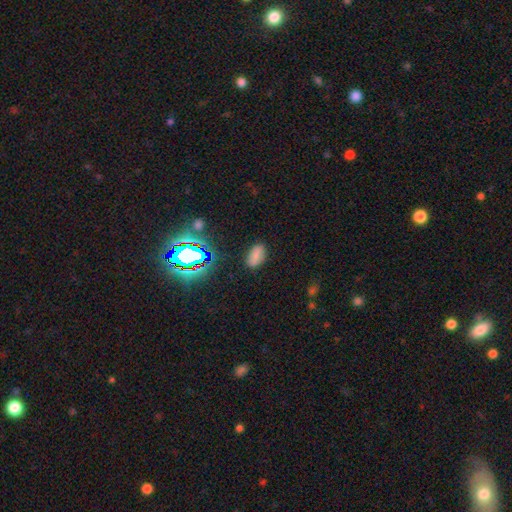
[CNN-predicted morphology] The model was most divided on "smooth or featured": smooth: 74%, star or artifact: 18%, featured or disk: 8%. More confident: how rounded — in between (90%); merging — none (85%).